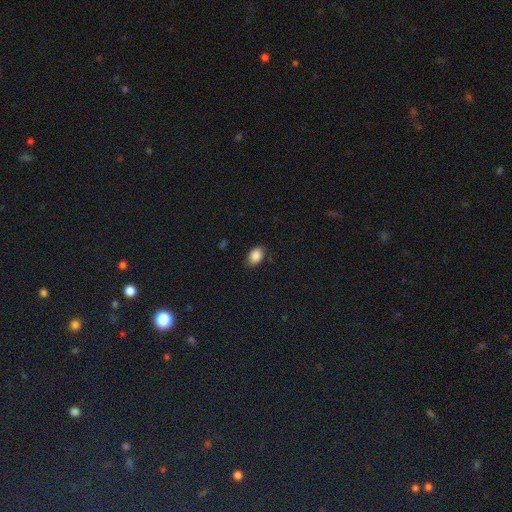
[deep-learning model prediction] smooth-or-featured: smooth: 88% | star or artifact: 8% | featured or disk: 4%
  how-rounded: in between: 81% | round: 18% | cigar-shaped: 1%
  merging: none: 83% | minor disturbance: 14% | major disturbance: 3% | merger: 1%